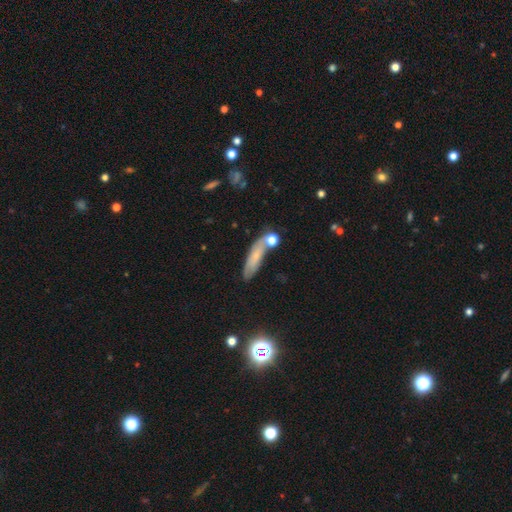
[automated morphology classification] Overall: smooth (63%; featured or disk 25%). How rounded: cigar-shaped (68%; in between 28%). Merging: none (66%).